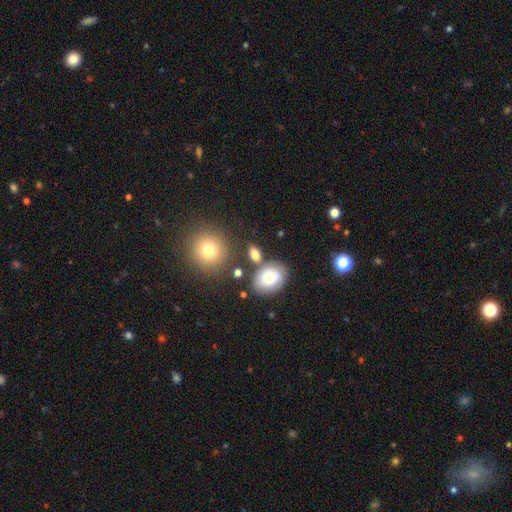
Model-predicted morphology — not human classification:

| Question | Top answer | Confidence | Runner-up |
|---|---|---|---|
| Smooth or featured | smooth | 62% | star or artifact (20%) |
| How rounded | in between | 53% | round (45%) |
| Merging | none | 77% | minor disturbance (12%) |